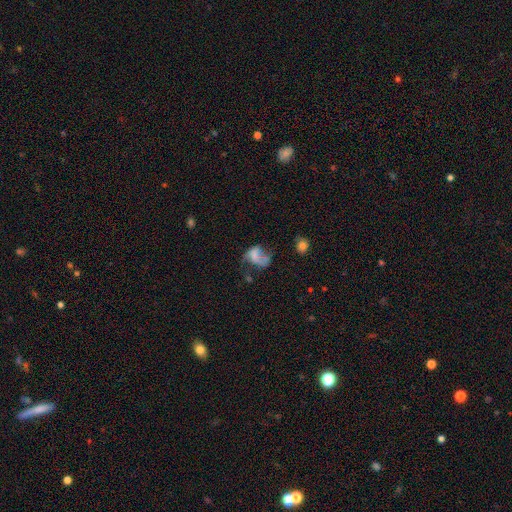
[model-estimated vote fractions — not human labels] Q: Smooth or featured?
A: smooth (44%); runner-up: featured or disk (42%)
Q: Merging?
A: major disturbance (44%); runner-up: none (24%)